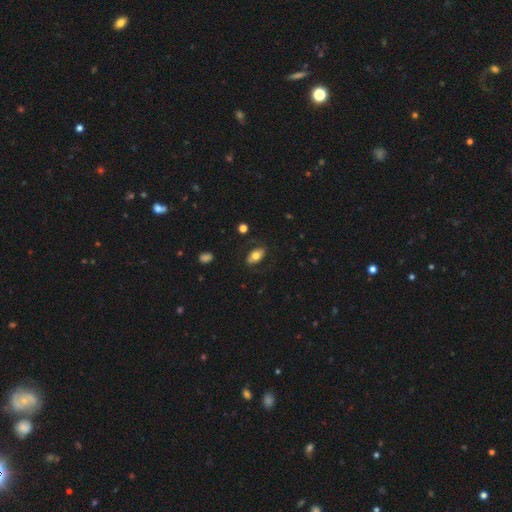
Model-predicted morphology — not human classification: Smooth or featured?
  - smooth: 65% *
  - featured or disk: 28%
  - star or artifact: 7%
How rounded?
  - in between: 90% *
  - round: 5%
  - cigar-shaped: 4%
Merging?
  - none: 77% *
  - minor disturbance: 14%
  - major disturbance: 7%
  - merger: 1%